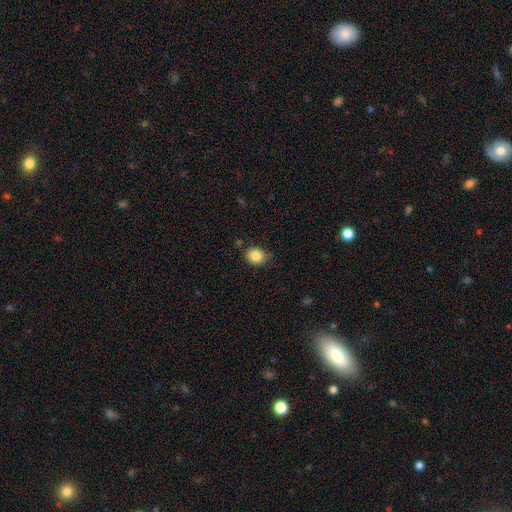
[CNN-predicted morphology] Q: Smooth or featured?
A: smooth (85%); runner-up: star or artifact (10%)
Q: How rounded?
A: round (65%); runner-up: in between (34%)
Q: Merging?
A: none (74%); runner-up: minor disturbance (20%)